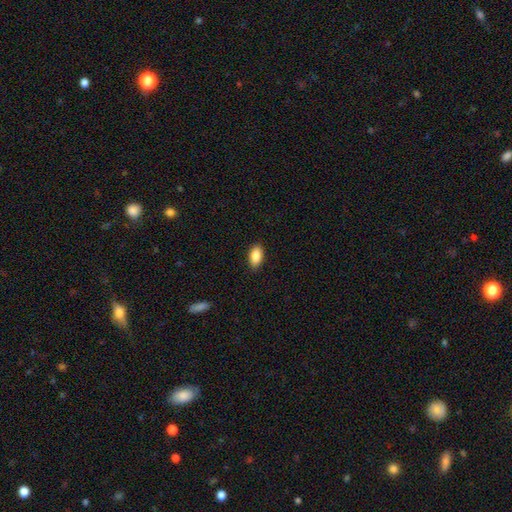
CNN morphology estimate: Smooth or featured?
  - smooth: 86% *
  - star or artifact: 7%
  - featured or disk: 7%
How rounded?
  - in between: 93% *
  - round: 5%
  - cigar-shaped: 3%
Merging?
  - none: 89% *
  - minor disturbance: 8%
  - major disturbance: 2%
  - merger: 1%